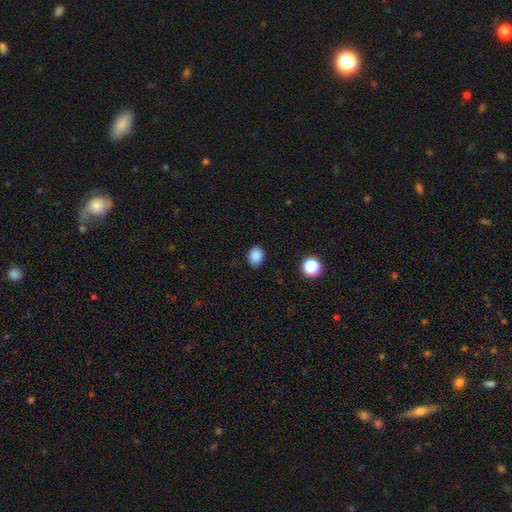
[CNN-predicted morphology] This is clearly a smooth galaxy (86%). How rounded: likely in between (62%). Merging: clearly none (86%).